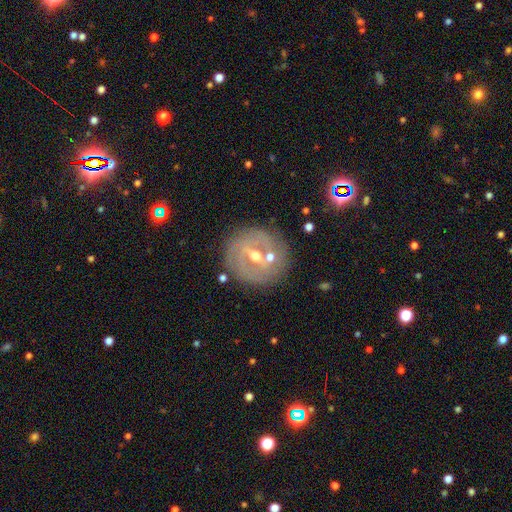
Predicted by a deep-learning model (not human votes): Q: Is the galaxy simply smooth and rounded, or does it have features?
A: featured or disk — 71%.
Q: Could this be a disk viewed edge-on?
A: no — 94%.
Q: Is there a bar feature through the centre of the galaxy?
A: weak — 46%.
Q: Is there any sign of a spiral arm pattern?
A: yes — 72%.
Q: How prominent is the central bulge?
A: moderate — 53%.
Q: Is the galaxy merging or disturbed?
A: none — 79%.